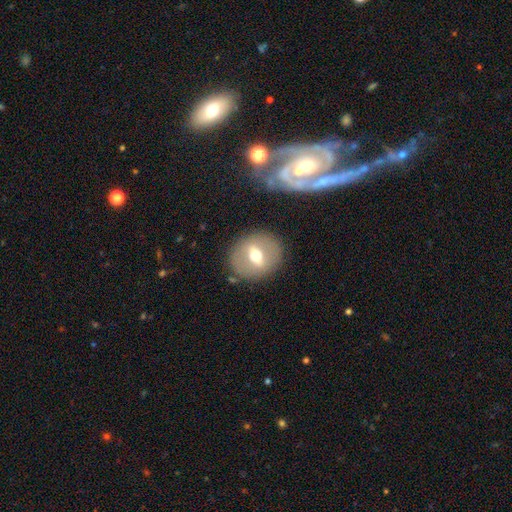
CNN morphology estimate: A featured or disk galaxy (48%).

Vote fractions:
- Smooth or featured? featured or disk: 48% / smooth: 44% / star or artifact: 8%
- Merging? none: 84% / minor disturbance: 10% / major disturbance: 4% / merger: 3%